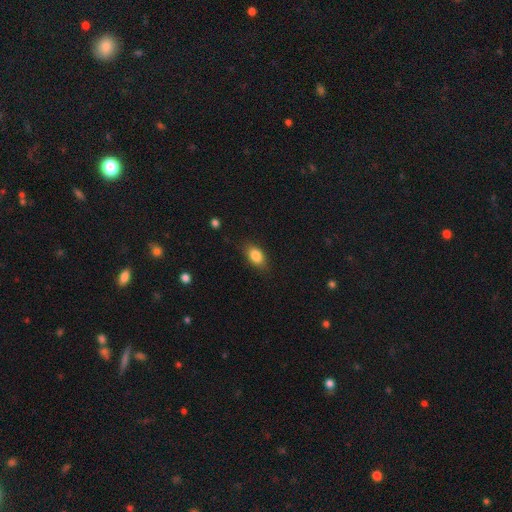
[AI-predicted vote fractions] This is clearly a smooth galaxy (85%). How rounded: clearly in between (87%). Merging: clearly none (83%).